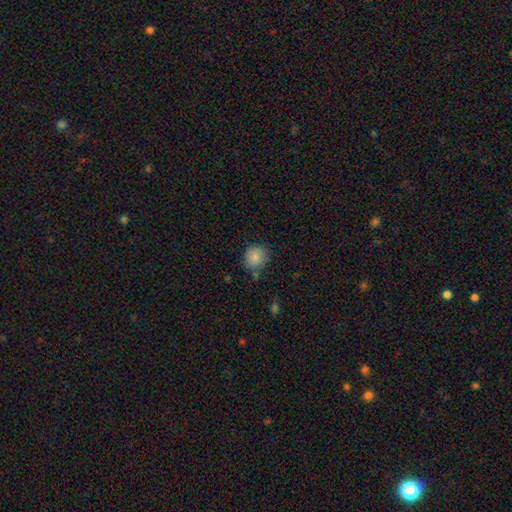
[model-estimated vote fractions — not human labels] This appears to be a smooth galaxy with no disk features (86%) that is round (83%). Merging: none (75%).